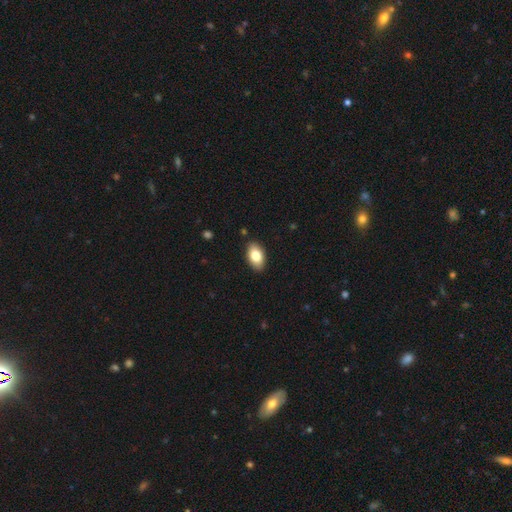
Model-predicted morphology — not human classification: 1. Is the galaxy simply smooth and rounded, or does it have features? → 81% smooth, 12% featured or disk, 7% star or artifact.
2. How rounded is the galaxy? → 93% in between, 5% round, 2% cigar-shaped.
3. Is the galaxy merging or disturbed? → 89% none, 9% minor disturbance, 2% major disturbance, 1% merger.